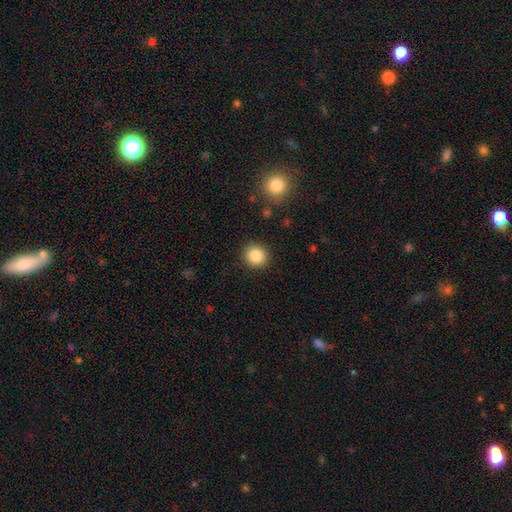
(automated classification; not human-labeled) Smooth or featured: smooth — 85% (star or artifact — 10%)
How rounded: round — 89% (in between — 10%)
Merging: none — 90% (minor disturbance — 7%)